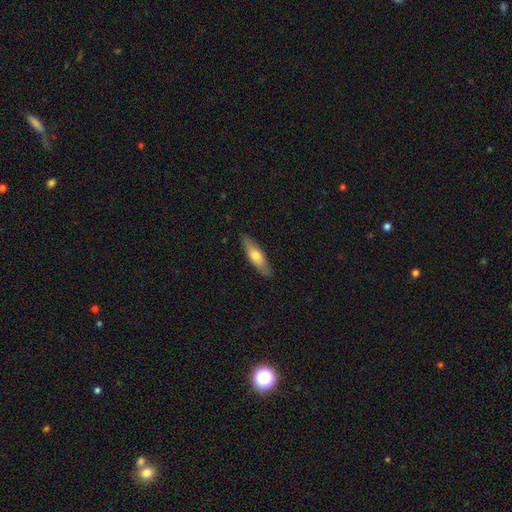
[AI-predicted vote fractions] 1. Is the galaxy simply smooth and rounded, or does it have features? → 63% smooth, 32% featured or disk, 6% star or artifact.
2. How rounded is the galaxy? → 59% cigar-shaped, 39% in between, 2% round.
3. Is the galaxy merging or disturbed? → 87% none, 10% minor disturbance, 2% major disturbance, 1% merger.